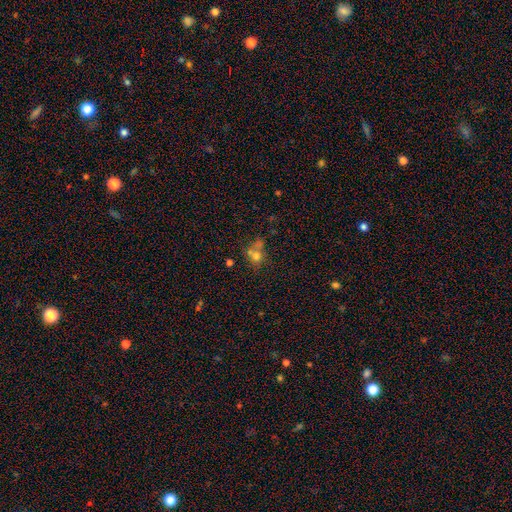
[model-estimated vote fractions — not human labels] smooth-or-featured: smooth: 65% | featured or disk: 18% | star or artifact: 17%
  how-rounded: round: 72% | in between: 27% | cigar-shaped: 1%
  merging: merger: 45% | none: 39% | minor disturbance: 10% | major disturbance: 6%